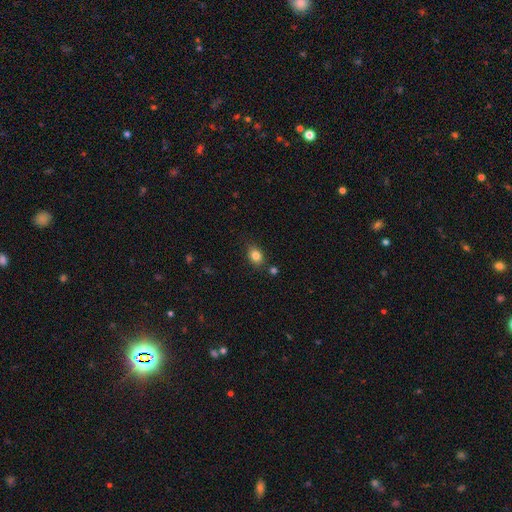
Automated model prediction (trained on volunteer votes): Overall: smooth (82%). How rounded: in between (68%; round 30%). Merging: none (79%).